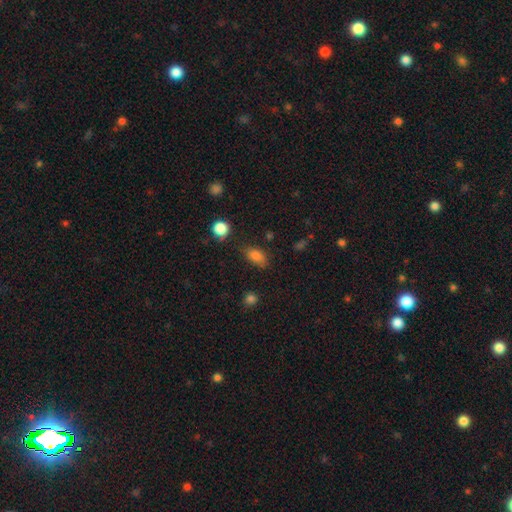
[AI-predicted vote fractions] Morphology: type=smooth (83%); roundness=in between (85%); merging=none (69%).